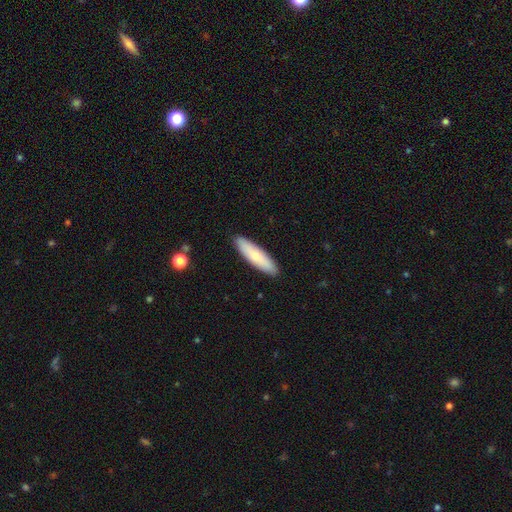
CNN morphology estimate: type=smooth (69%); roundness=cigar-shaped (67%); merging=none (90%).